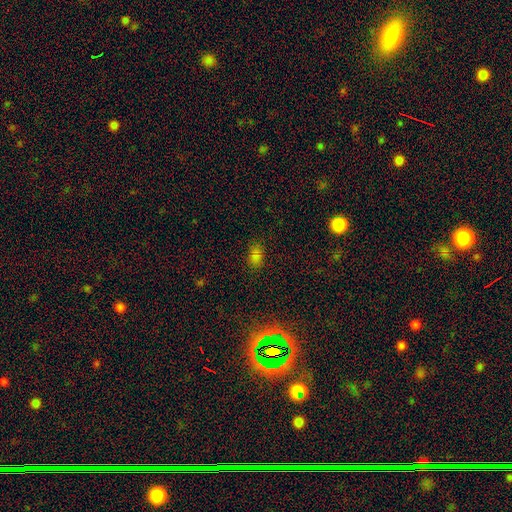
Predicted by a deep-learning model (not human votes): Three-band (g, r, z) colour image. It shows a smooth galaxy with no disk features (75%) that is in between round and cigar-shaped (84%). Merging: none (80%).